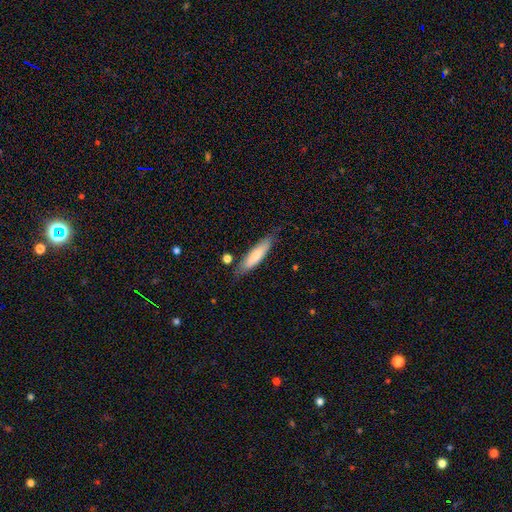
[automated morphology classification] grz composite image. It shows a smooth galaxy with no disk features (74%) that is cigar-shaped (73%). Merging: none (77%).